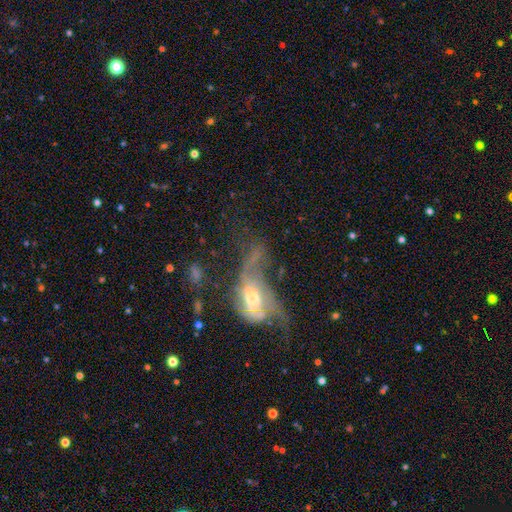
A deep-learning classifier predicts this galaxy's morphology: Smooth or featured: featured or disk — 61% (smooth — 26%)
Edge-on disk: no — 91% (yes — 9%)
Bar: no — 71% (weak — 22%)
Spiral arms: no — 51% (yes — 49%)
Bulge size: moderate — 60% (small — 23%)
Merging: major disturbance — 54% (merger — 17%)